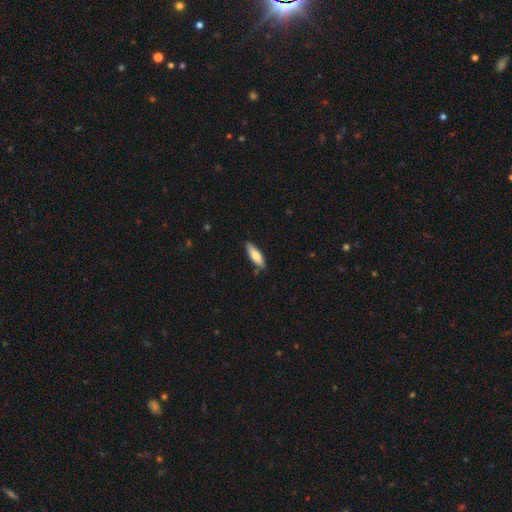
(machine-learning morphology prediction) This appears to be a smooth galaxy with no disk features (75%) that is in between round and cigar-shaped (55%). Merging: none (81%).